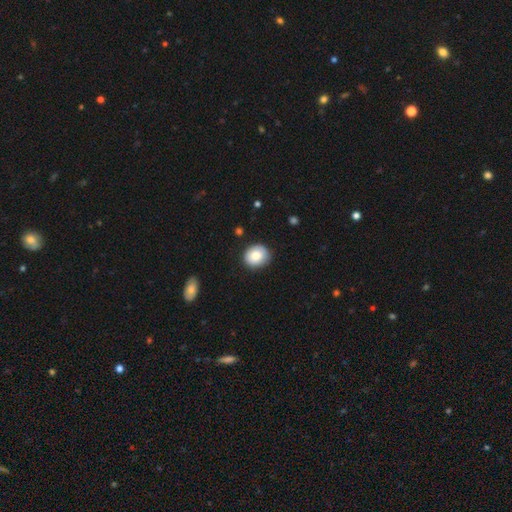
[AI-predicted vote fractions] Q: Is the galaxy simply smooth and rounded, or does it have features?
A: smooth — 81%.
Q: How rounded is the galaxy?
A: round — 73%.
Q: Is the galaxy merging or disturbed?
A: none — 85%.